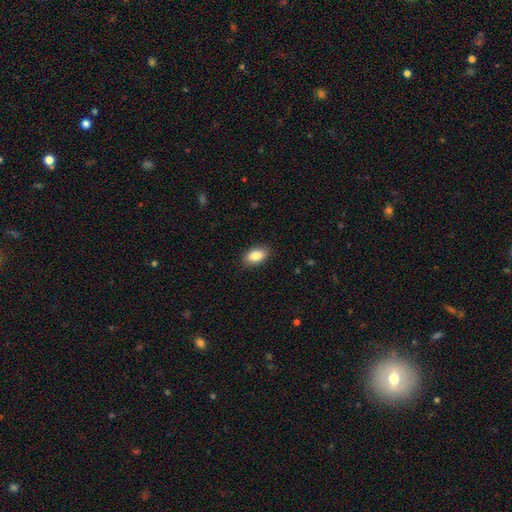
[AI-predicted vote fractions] The model was most divided on "merging": none: 87%, minor disturbance: 10%, major disturbance: 2%, merger: 1%. More confident: how rounded — in between (91%); smooth or featured — smooth (87%).